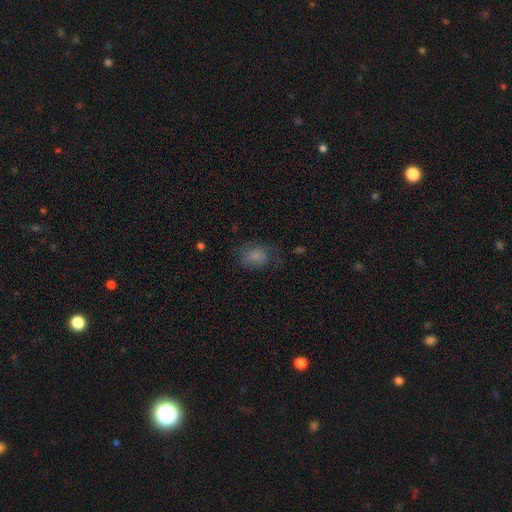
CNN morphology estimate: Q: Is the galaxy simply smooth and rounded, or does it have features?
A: smooth — 71%.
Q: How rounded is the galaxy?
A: round — 51%.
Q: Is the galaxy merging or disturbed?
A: none — 55%.